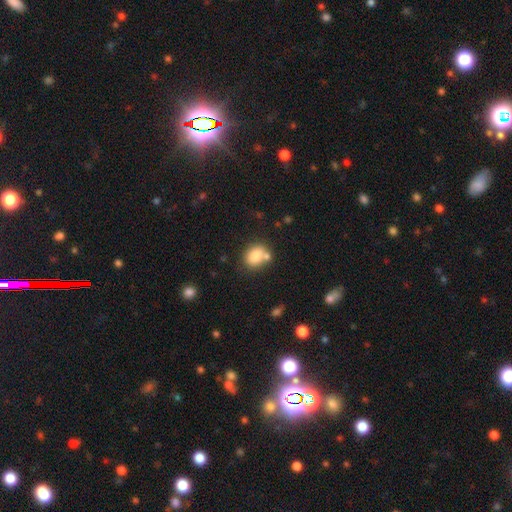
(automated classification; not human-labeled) The model was most divided on "how rounded": in between: 50%, round: 49%, cigar-shaped: 1%. More confident: smooth or featured — smooth (82%); merging — none (57%).